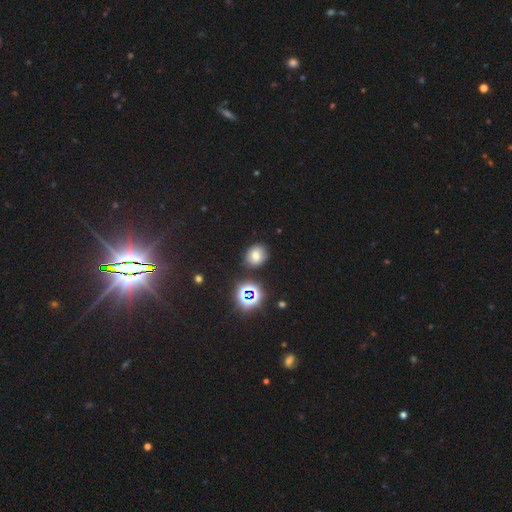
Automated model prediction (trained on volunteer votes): Smooth or featured?
  - smooth: 66% *
  - star or artifact: 22%
  - featured or disk: 12%
How rounded?
  - round: 69% *
  - in between: 30%
  - cigar-shaped: 1%
Merging?
  - none: 82% *
  - minor disturbance: 11%
  - merger: 4%
  - major disturbance: 3%